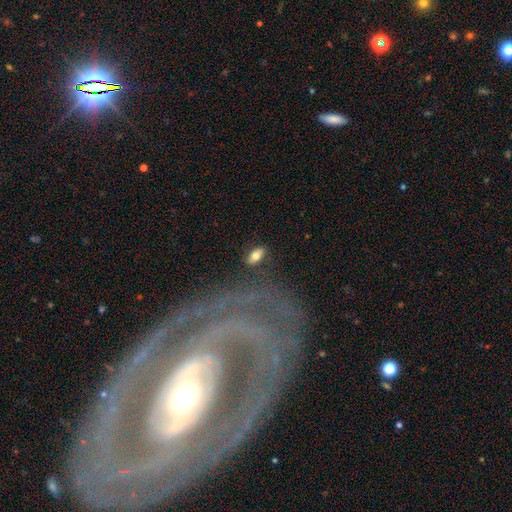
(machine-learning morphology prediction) type=smooth (74%); roundness=in between (89%); merging=none (83%).